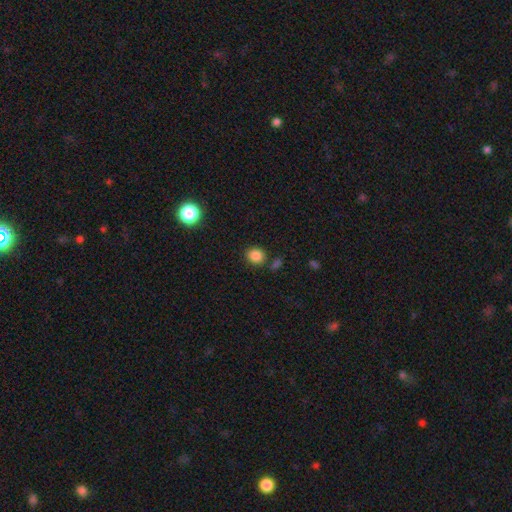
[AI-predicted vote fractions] Q: Smooth or featured?
A: smooth (85%); runner-up: star or artifact (11%)
Q: How rounded?
A: round (78%); runner-up: in between (21%)
Q: Merging?
A: none (80%); runner-up: minor disturbance (10%)